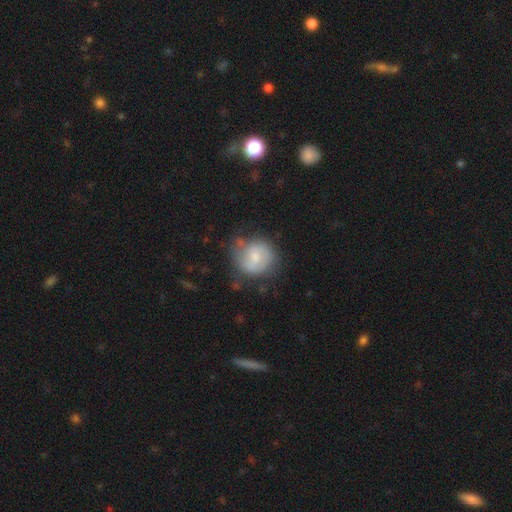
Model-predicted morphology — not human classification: Q: Smooth or featured?
A: smooth (57%); runner-up: featured or disk (36%)
Q: How rounded?
A: round (82%); runner-up: in between (17%)
Q: Merging?
A: none (57%); runner-up: minor disturbance (27%)